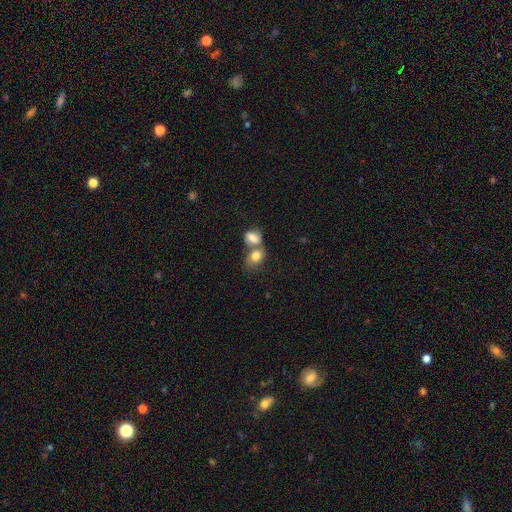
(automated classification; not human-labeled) Smooth or featured?
  - smooth: 78% *
  - featured or disk: 14%
  - star or artifact: 8%
How rounded?
  - in between: 63% *
  - round: 36%
  - cigar-shaped: 1%
Merging?
  - merger: 65% *
  - none: 24%
  - minor disturbance: 8%
  - major disturbance: 4%